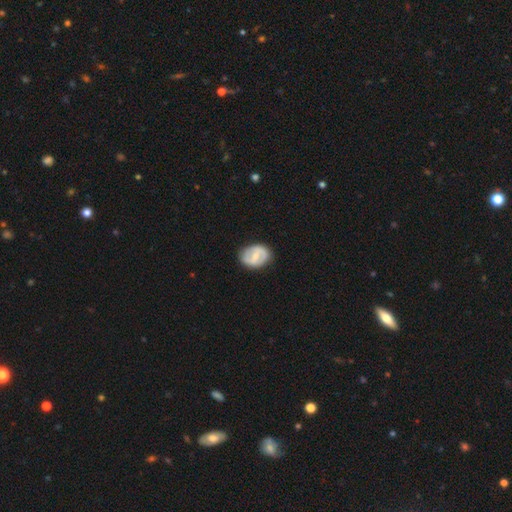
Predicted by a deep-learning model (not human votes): A featured or disk galaxy (61%) with a weak bar (44%), spiral arms (55%) and a small central bulge (51%). Merging: none (84%).